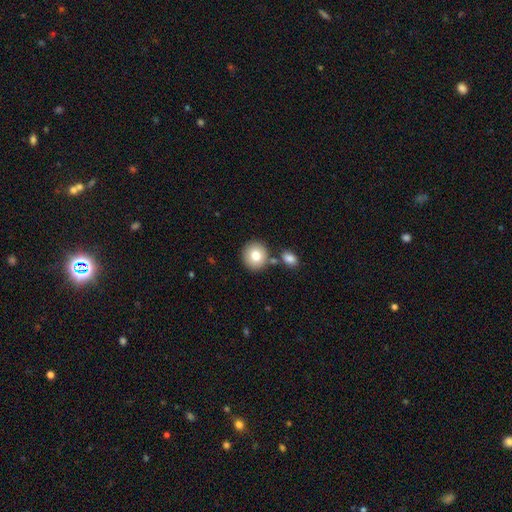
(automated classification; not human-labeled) smooth 79%, featured or disk 12%, star or artifact 9%. Down the decision tree: how rounded — round (90%); merging — none (77%).